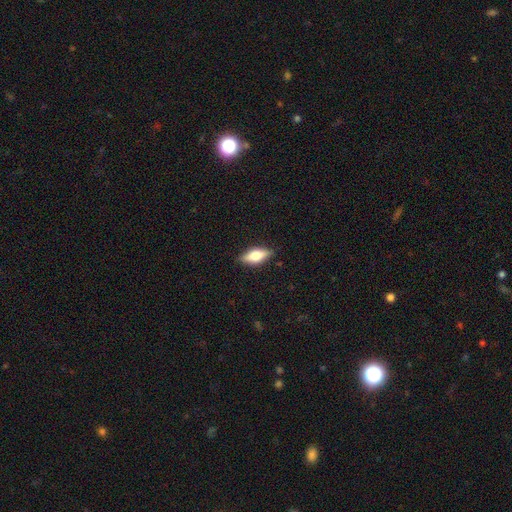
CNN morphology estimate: Overall: smooth (57%; featured or disk 36%). How rounded: in between (73%). Merging: none (86%).